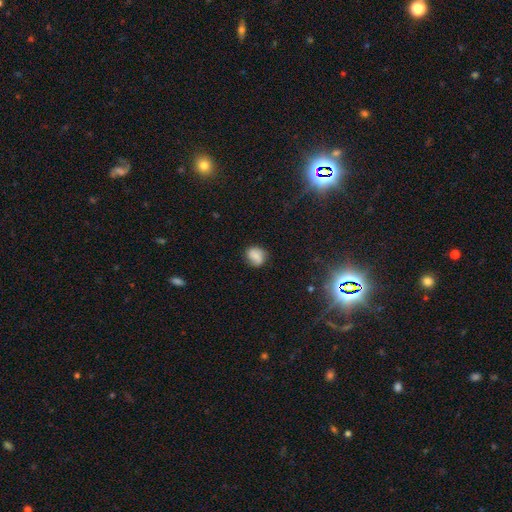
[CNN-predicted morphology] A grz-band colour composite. It shows a smooth galaxy with no disk features (67%) that is round (69%). Merging: none (73%).